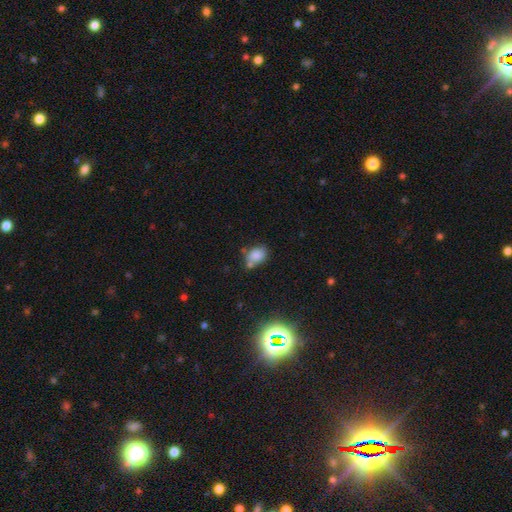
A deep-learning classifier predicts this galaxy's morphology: Smooth or featured? Predicted: smooth (p=0.74). How rounded? Predicted: in between (p=0.73). Merging? Predicted: none (p=0.49).